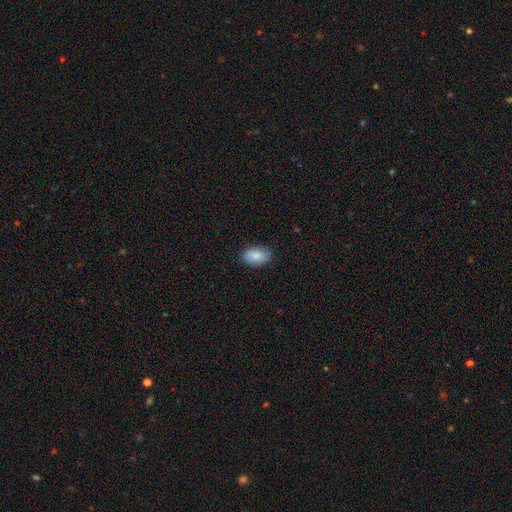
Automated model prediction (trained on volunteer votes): smooth 87%, star or artifact 6%, featured or disk 6%. Down the decision tree: how rounded — in between (92%); merging — none (87%).